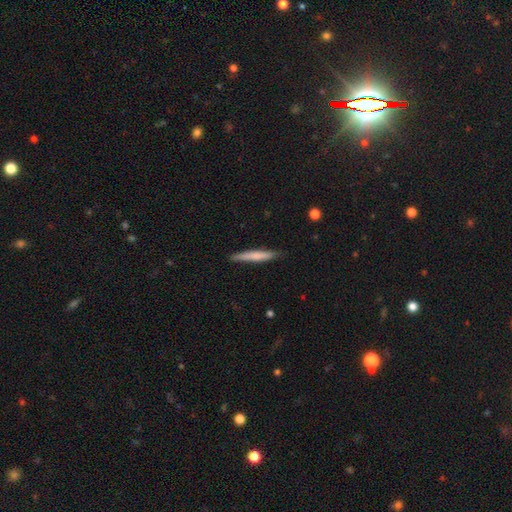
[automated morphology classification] A smooth galaxy with no disk features (66%) that is cigar-shaped (95%).

Vote fractions:
- Smooth or featured? smooth: 66% / featured or disk: 29% / star or artifact: 5%
- How rounded? cigar-shaped: 95% / in between: 4% / round: 1%
- Merging? none: 87% / minor disturbance: 10% / major disturbance: 2% / merger: 1%